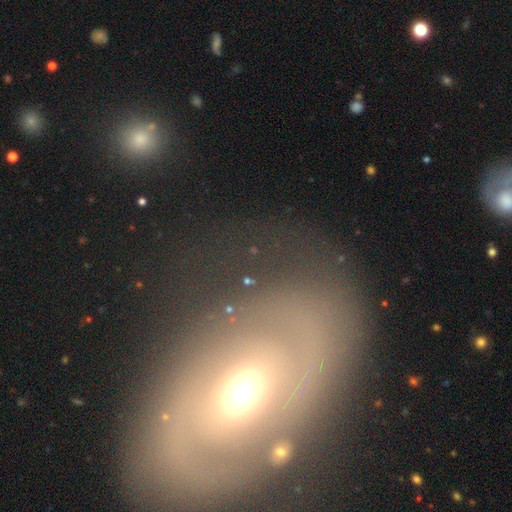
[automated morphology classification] smooth-or-featured: featured or disk: 73% | smooth: 19% | star or artifact: 8%
  disk-edge-on: no: 94% | yes: 6%
    bar: no: 49% | weak: 37% | strong: 13%
    has-spiral-arms: yes: 77% | no: 23%
      spiral-winding: tight: 52% | medium: 33% | loose: 15%
      spiral-arm-count: 2: 58% | can't tell: 27% | 1: 5% | 3: 5% | 4: 3% | more than 4: 3%
    bulge-size: moderate: 65% | small: 23% | large: 9% | dominant: 2% | none: 1%
  merging: none: 70% | minor disturbance: 15% | major disturbance: 11% | merger: 4%